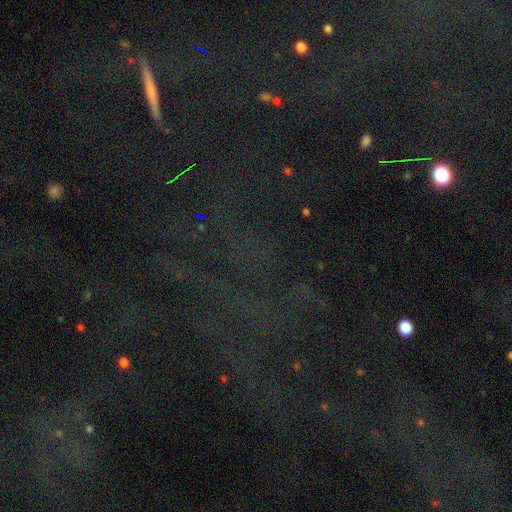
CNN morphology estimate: A star or artifact, not a galaxy (75%).

Vote fractions:
- Smooth or featured? star or artifact: 75% / smooth: 14% / featured or disk: 11%